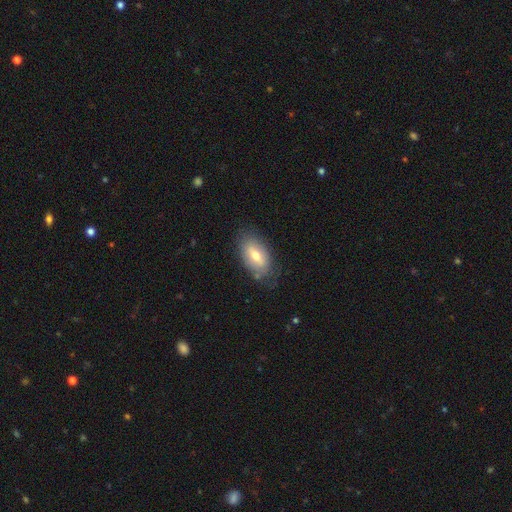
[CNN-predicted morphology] smooth-or-featured: smooth: 61% | featured or disk: 31% | star or artifact: 8%
  how-rounded: in between: 91% | round: 6% | cigar-shaped: 3%
  merging: none: 76% | minor disturbance: 17% | major disturbance: 5% | merger: 2%